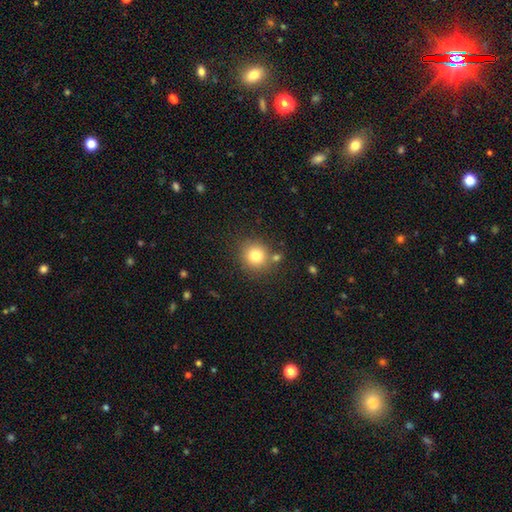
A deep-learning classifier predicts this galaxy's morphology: type=smooth (79%); roundness=round (89%); merging=none (78%).